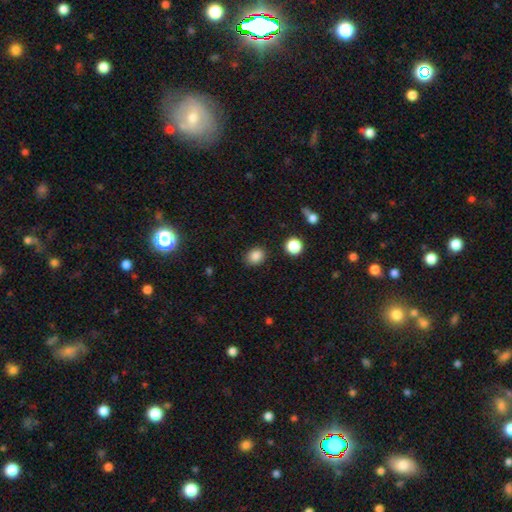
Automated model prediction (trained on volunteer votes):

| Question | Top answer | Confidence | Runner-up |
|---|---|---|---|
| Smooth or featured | smooth | 86% | star or artifact (10%) |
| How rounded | round | 59% | in between (40%) |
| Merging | none | 86% | minor disturbance (10%) |